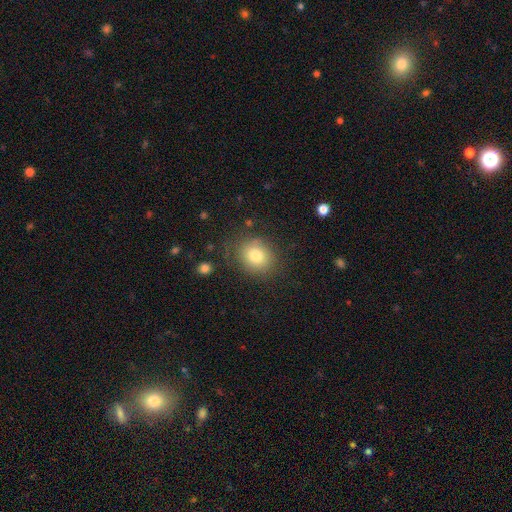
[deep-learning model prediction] smooth-or-featured: smooth: 78% | featured or disk: 11% | star or artifact: 11%
  how-rounded: round: 69% | in between: 30% | cigar-shaped: 1%
  merging: none: 78% | minor disturbance: 14% | major disturbance: 6% | merger: 2%